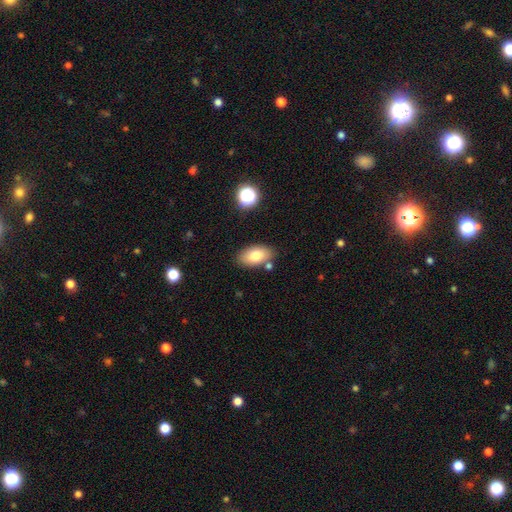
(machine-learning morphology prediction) Smooth or featured? Predicted: smooth (p=0.79). How rounded? Predicted: in between (p=0.92). Merging? Predicted: none (p=0.79).